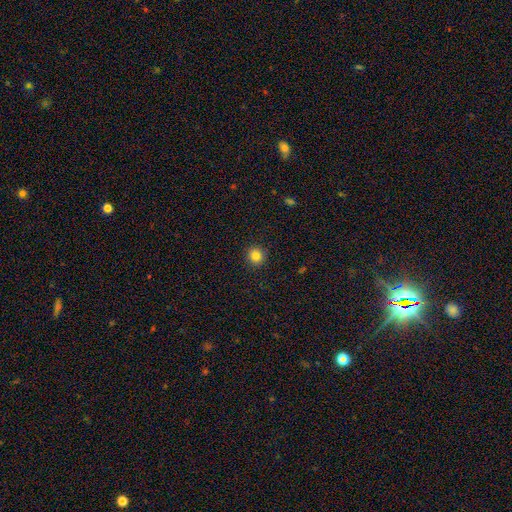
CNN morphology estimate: smooth_or_featured: smooth (p=0.83) [alt: star or artifact p=0.11]
how_rounded: round (p=0.92) [alt: in between p=0.07]
merging: none (p=0.92) [alt: minor disturbance p=0.05]